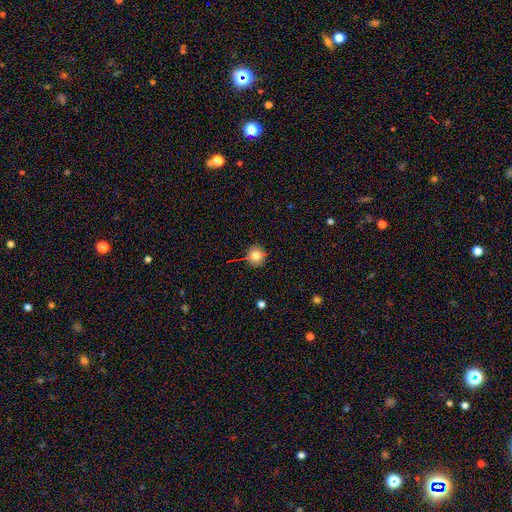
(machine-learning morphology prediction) Smooth or featured? smooth (78%)
How rounded? round (91%)
Merging? none (85%)